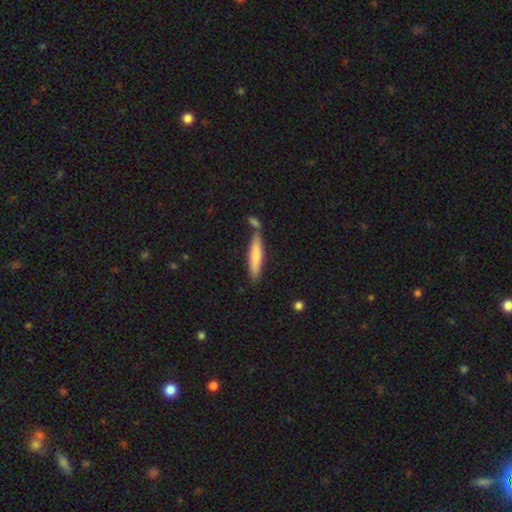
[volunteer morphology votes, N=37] Smooth or featured?
  - smooth: 70% *
  - featured or disk: 22%
  - star or artifact: 8%
How rounded?
  - cigar-shaped: 92% *
  - in between: 8%
  - round: 0%
Merging?
  - none: 68% *
  - merger: 21%
  - minor disturbance: 6%
  - major disturbance: 6%